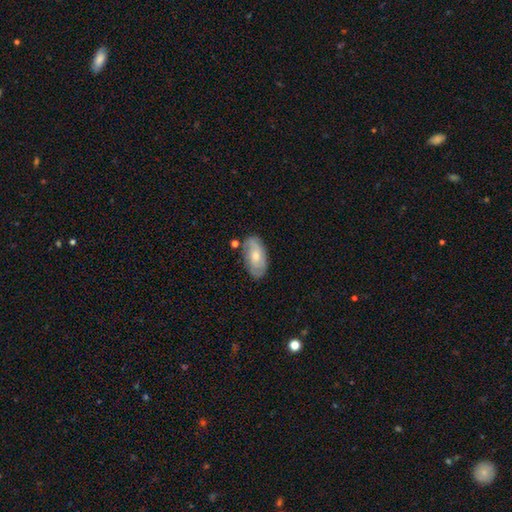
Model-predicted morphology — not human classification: Smooth or featured: smooth — 50% (featured or disk — 44%)
How rounded: in between — 92% (round — 4%)
Merging: none — 69% (minor disturbance — 20%)